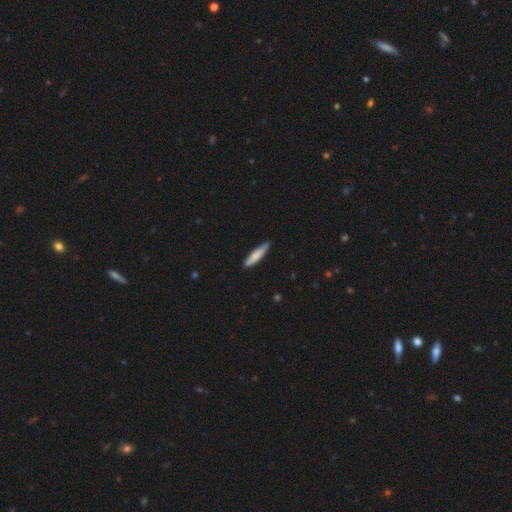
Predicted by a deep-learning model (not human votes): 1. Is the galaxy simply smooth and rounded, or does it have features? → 74% smooth, 20% featured or disk, 5% star or artifact.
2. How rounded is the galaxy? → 83% cigar-shaped, 16% in between, 1% round.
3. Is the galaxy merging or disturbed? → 80% none, 16% minor disturbance, 2% major disturbance, 1% merger.